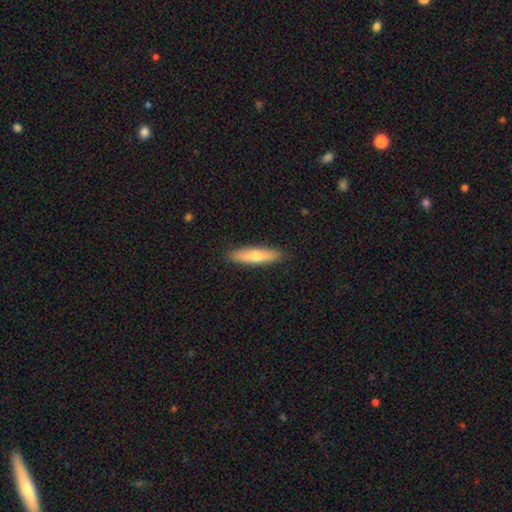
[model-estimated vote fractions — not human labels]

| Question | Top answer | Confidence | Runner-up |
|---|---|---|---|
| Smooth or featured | smooth | 59% | featured or disk (35%) |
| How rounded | cigar-shaped | 79% | in between (19%) |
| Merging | none | 91% | minor disturbance (7%) |